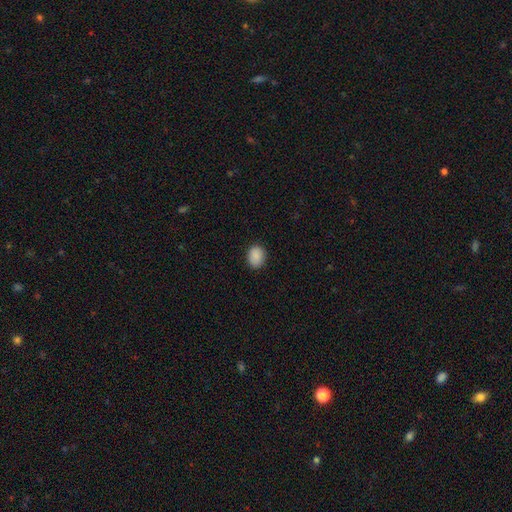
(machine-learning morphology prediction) type=smooth (89%); roundness=in between (54%); merging=none (87%).